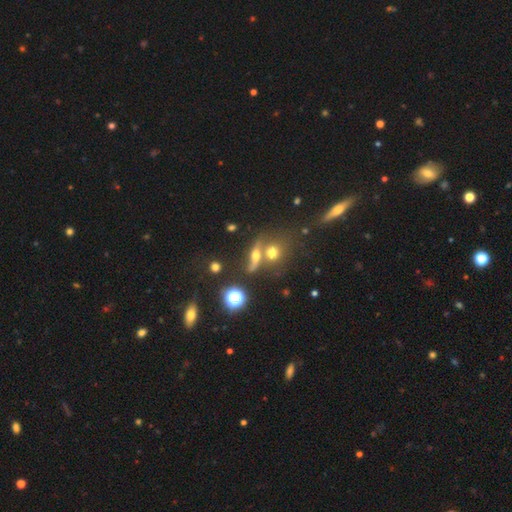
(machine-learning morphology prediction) This is possibly a smooth galaxy (45%). Merging: possibly none (48%).